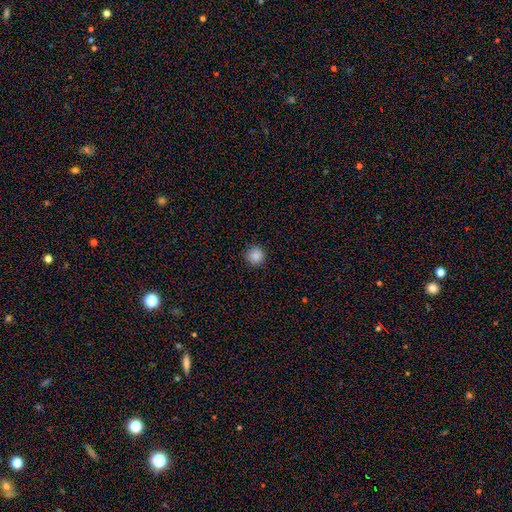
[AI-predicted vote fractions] Overall: smooth (87%). How rounded: round (95%). Merging: none (92%).